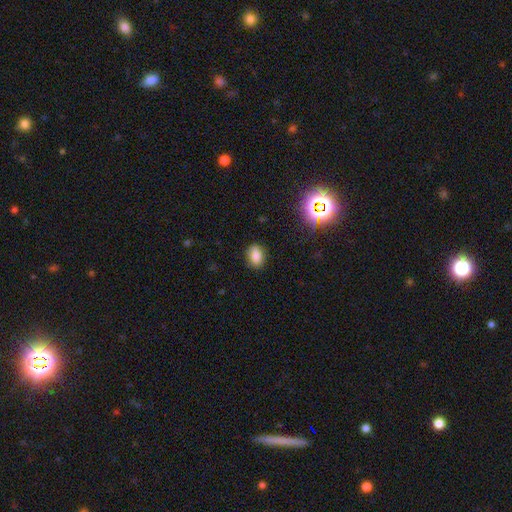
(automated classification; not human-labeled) A smooth galaxy with no disk features (80%) that is in between round and cigar-shaped (76%). Merging: none (84%).